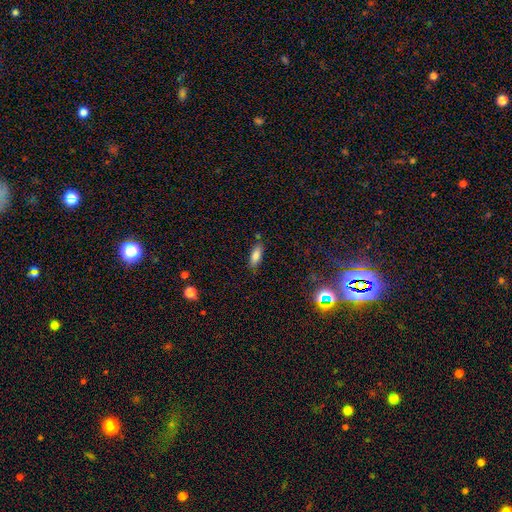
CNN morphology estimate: smooth_or_featured: smooth (p=0.82) [alt: featured or disk p=0.09]
how_rounded: in between (p=0.74) [alt: cigar-shaped p=0.24]
merging: none (p=0.81) [alt: minor disturbance p=0.13]